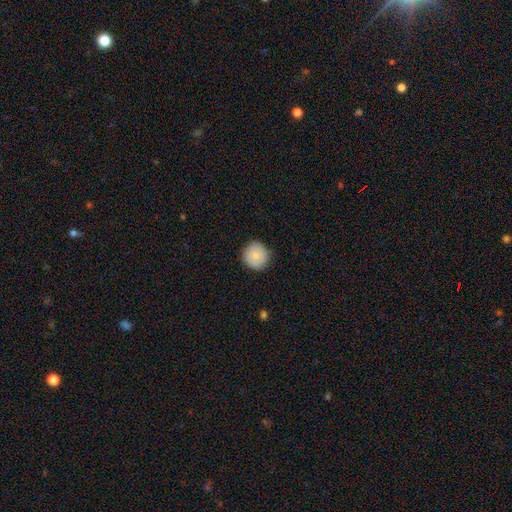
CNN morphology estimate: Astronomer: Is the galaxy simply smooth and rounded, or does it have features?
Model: smooth — 86%.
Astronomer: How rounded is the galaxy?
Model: round — 92%.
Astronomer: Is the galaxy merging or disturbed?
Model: none — 87%.